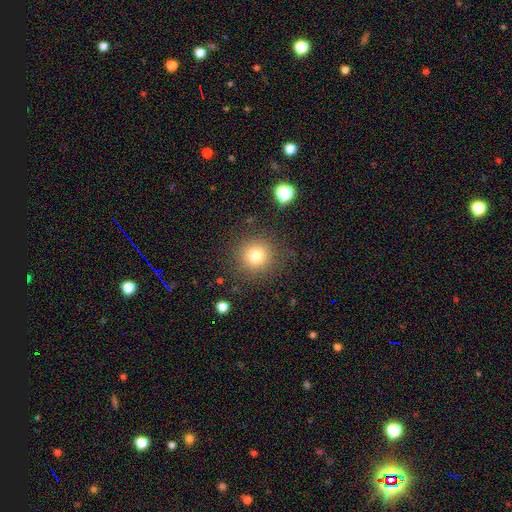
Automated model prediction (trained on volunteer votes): Smooth or featured: smooth — 78% (star or artifact — 13%)
How rounded: round — 94% (in between — 5%)
Merging: none — 87% (minor disturbance — 8%)